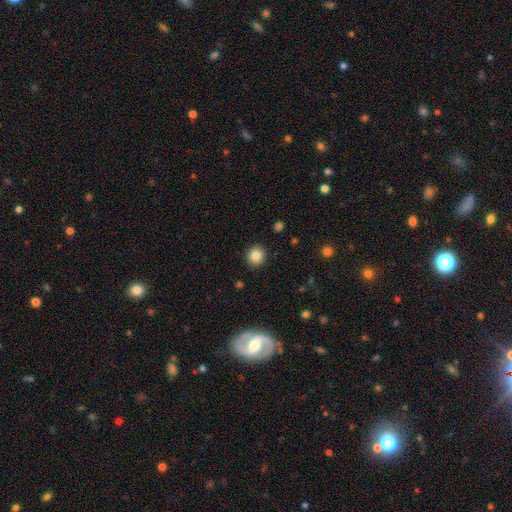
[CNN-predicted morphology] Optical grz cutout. It shows a smooth galaxy with no disk features (83%) that is round (90%). Merging: none (92%).